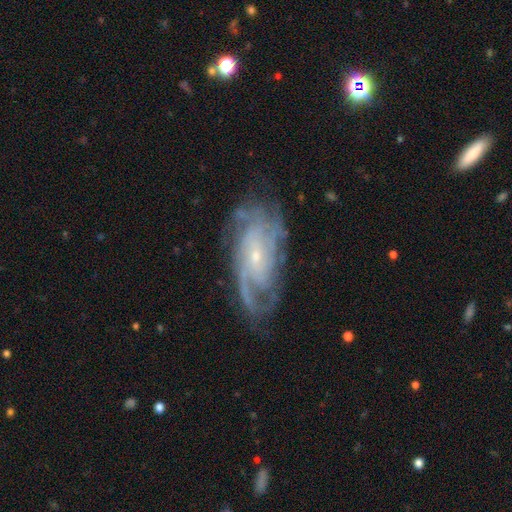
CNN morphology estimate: featured or disk 86%, smooth 8%, star or artifact 7%. Down the decision tree: edge-on disk — no (94%); bar — no (62%); spiral arms — yes (95%); spiral arm count — can't tell (36%); spiral winding — tight (57%); bulge size — small (80%); merging — none (71%).